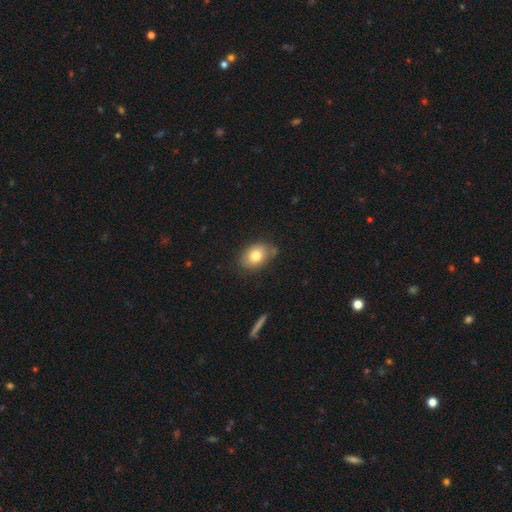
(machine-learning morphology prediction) Q: Smooth or featured?
A: smooth (79%); runner-up: featured or disk (13%)
Q: How rounded?
A: in between (79%); runner-up: round (20%)
Q: Merging?
A: none (74%); runner-up: minor disturbance (18%)